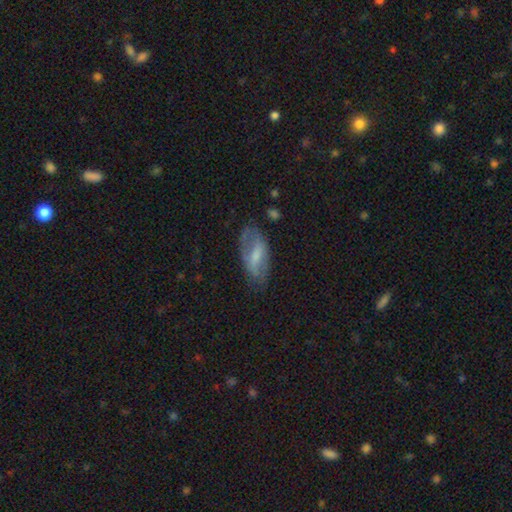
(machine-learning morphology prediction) A featured or disk galaxy (49%).

Vote fractions:
- Smooth or featured? featured or disk: 49% / smooth: 43% / star or artifact: 7%
- Merging? none: 60% / minor disturbance: 25% / major disturbance: 13% / merger: 2%